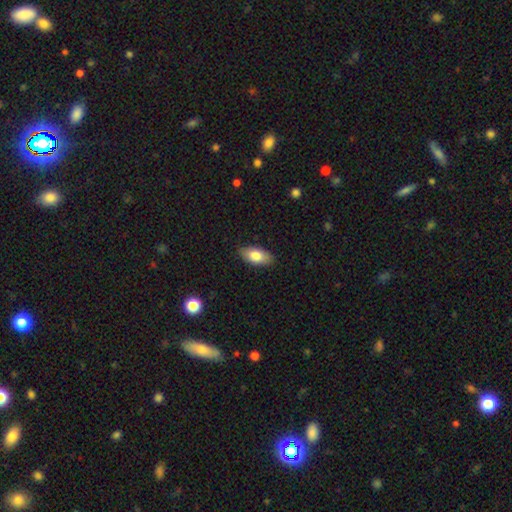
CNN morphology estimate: Q: Smooth or featured?
A: smooth (79%); runner-up: featured or disk (15%)
Q: How rounded?
A: in between (90%); runner-up: cigar-shaped (7%)
Q: Merging?
A: none (87%); runner-up: minor disturbance (10%)